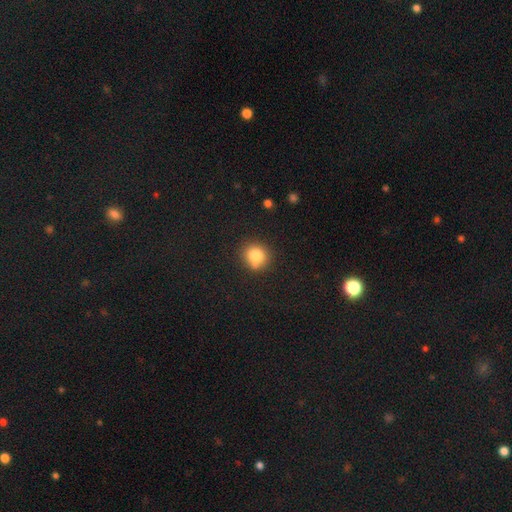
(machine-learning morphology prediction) This is clearly a smooth galaxy (81%). How rounded: clearly round (85%). Merging: likely none (76%).